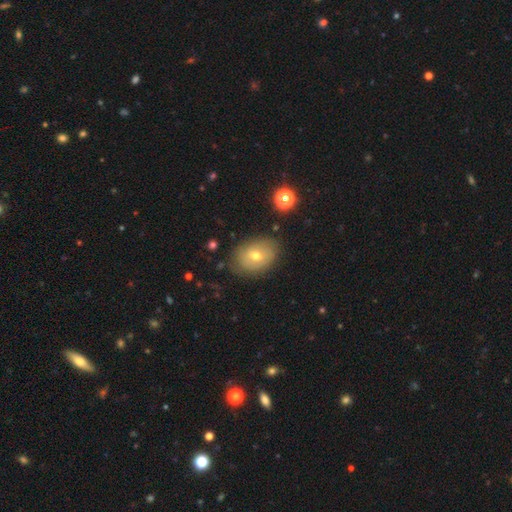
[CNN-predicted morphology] Smooth or featured? smooth (60%)
How rounded? in between (72%)
Merging? none (76%)